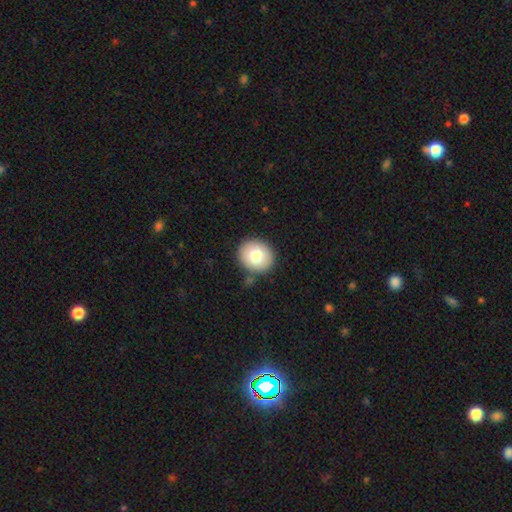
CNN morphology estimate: This appears to be a smooth galaxy with no disk features (77%) that is round (78%). Merging: none (85%).